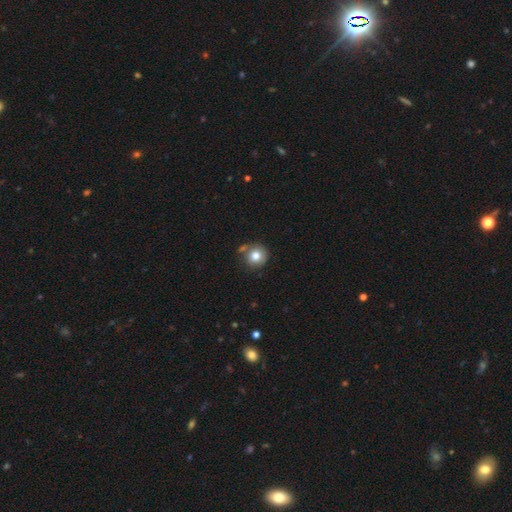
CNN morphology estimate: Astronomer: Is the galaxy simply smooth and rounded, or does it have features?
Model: smooth — 79%.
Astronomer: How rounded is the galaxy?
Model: round — 91%.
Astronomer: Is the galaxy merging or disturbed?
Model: none — 69%.